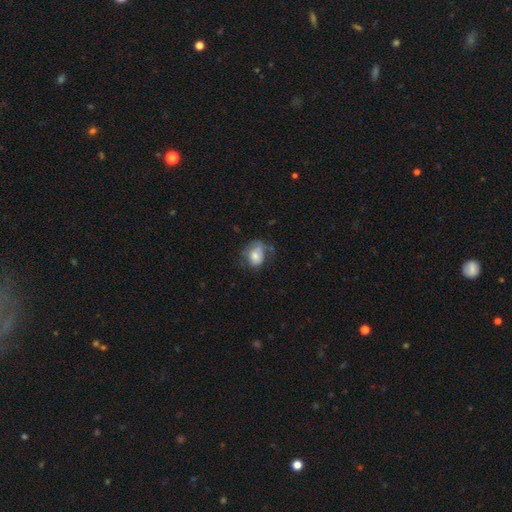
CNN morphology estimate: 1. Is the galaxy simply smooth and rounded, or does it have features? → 68% smooth, 24% featured or disk, 8% star or artifact.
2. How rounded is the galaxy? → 64% in between, 35% round, 1% cigar-shaped.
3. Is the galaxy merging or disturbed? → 41% none, 32% minor disturbance, 23% major disturbance, 4% merger.